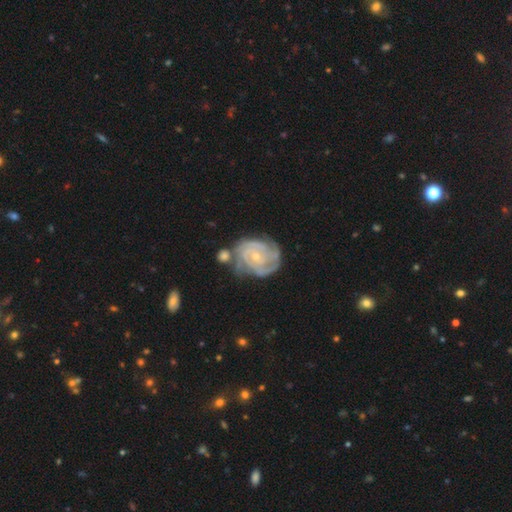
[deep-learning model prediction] Smooth or featured: featured or disk — 86% (smooth — 8%)
Edge-on disk: no — 97% (yes — 3%)
Bar: no — 74% (weak — 21%)
Spiral arms: yes — 95% (no — 5%)
Spiral winding: tight — 75% (medium — 21%)
Spiral arm count: 3 — 27% (tied with can't tell — 27%)
Bulge size: small — 68% (moderate — 29%)
Merging: none — 56% (minor disturbance — 22%)